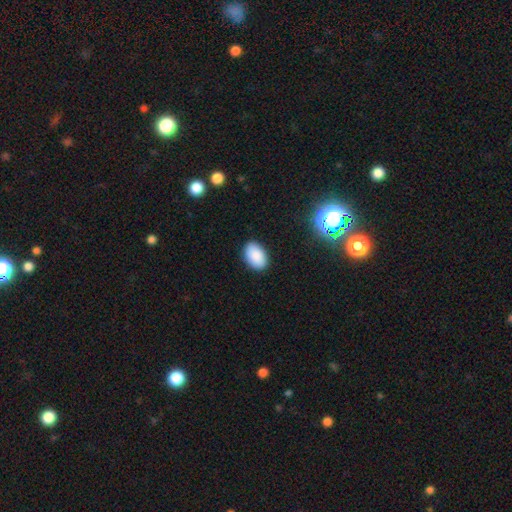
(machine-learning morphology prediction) Overall: smooth (87%). How rounded: in between (88%). Merging: none (87%).